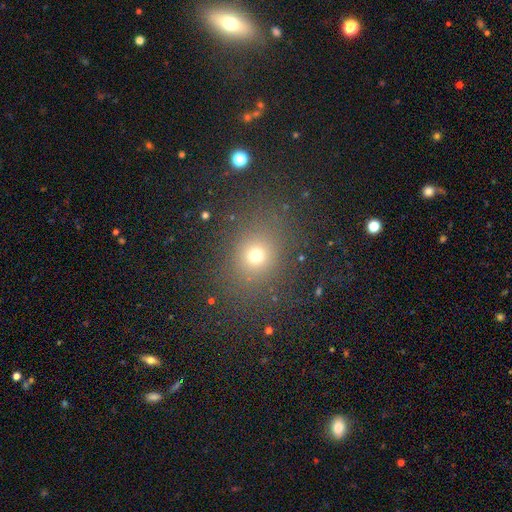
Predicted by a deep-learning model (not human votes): Smooth or featured?
  - smooth: 68% *
  - star or artifact: 23%
  - featured or disk: 9%
How rounded?
  - round: 64% *
  - in between: 34%
  - cigar-shaped: 2%
Merging?
  - none: 81% *
  - minor disturbance: 10%
  - major disturbance: 6%
  - merger: 3%